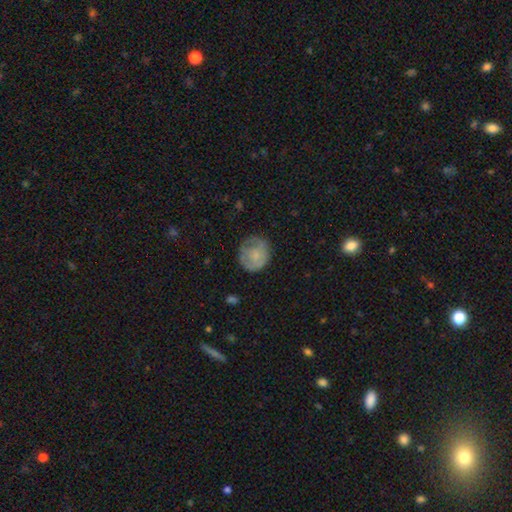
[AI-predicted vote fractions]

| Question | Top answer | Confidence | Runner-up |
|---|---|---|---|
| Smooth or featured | smooth | 62% | featured or disk (31%) |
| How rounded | round | 85% | in between (14%) |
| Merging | none | 64% | minor disturbance (23%) |